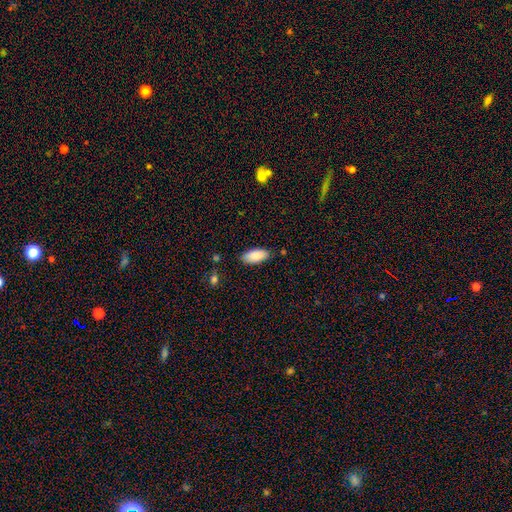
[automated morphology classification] Smooth or featured? Predicted: smooth (p=0.89). How rounded? Predicted: in between (p=0.90). Merging? Predicted: none (p=0.84).